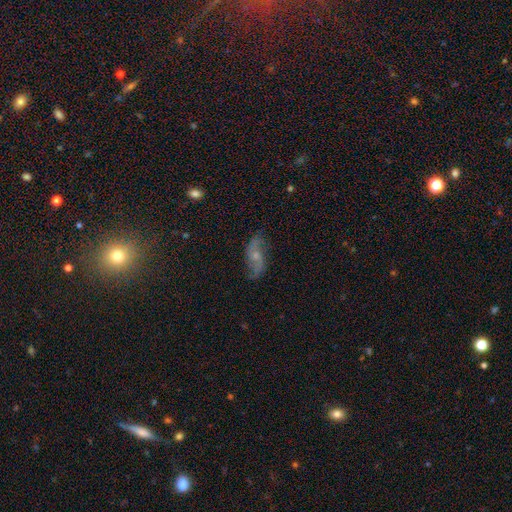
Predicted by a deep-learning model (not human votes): A featured or disk galaxy (73%) with no bar (63%), 2 (89%) loose (65%) spiral arms (91%) and a small central bulge (51%).

Vote fractions:
- Smooth or featured? featured or disk: 73% / smooth: 18% / star or artifact: 9%
- Edge-on disk? no: 93% / yes: 7%
- Bar? no: 63% / weak: 31% / strong: 7%
- Spiral arms? yes: 91% / no: 9%
- Spiral winding? loose: 65% / medium: 26% / tight: 9%
- Spiral arm count? 2: 89% / can't tell: 6% / 1: 2% / 3: 2% / 4: 1% / more than 4: 1%
- Bulge size? small: 51% / moderate: 40% / none: 5% / large: 2% / dominant: 1%
- Merging? none: 74% / minor disturbance: 18% / major disturbance: 7% / merger: 2%